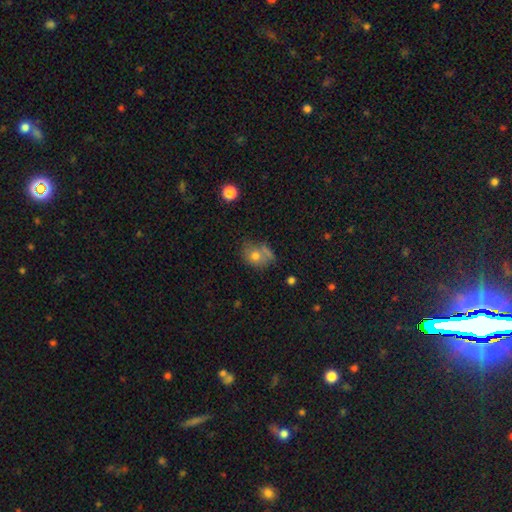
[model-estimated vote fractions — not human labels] This is likely a smooth galaxy (73%). How rounded: possibly in between (51%). Merging: marginally none (45%).